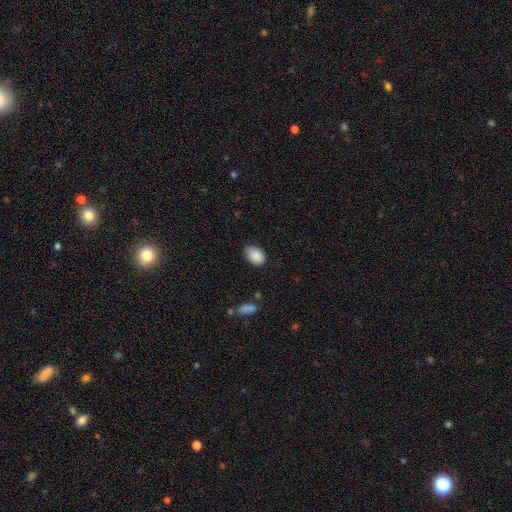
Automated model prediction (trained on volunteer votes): A smooth galaxy with no disk features (88%) that is in between round and cigar-shaped (81%).

Vote fractions:
- Smooth or featured? smooth: 88% / star or artifact: 8% / featured or disk: 4%
- How rounded? in between: 81% / round: 18% / cigar-shaped: 1%
- Merging? none: 75% / minor disturbance: 20% / major disturbance: 3% / merger: 1%